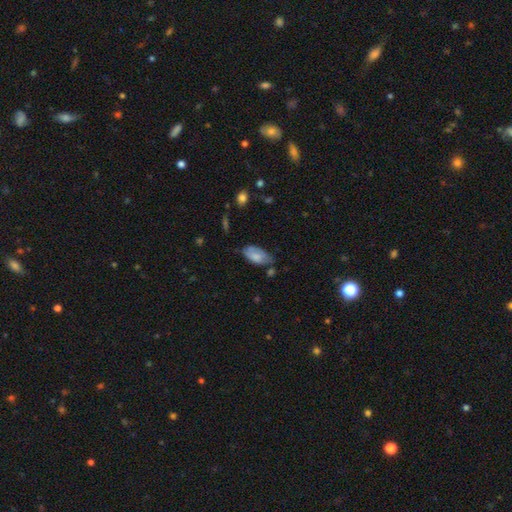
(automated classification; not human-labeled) Smooth or featured? Predicted: smooth (p=0.73). How rounded? Predicted: in between (p=0.93). Merging? Predicted: none (p=0.50).